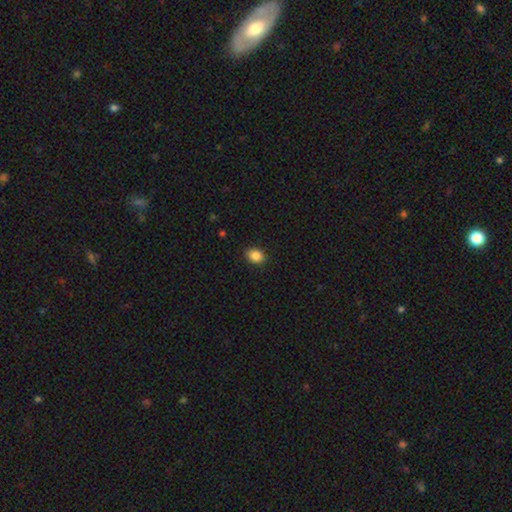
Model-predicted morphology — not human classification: A smooth galaxy with no disk features (87%) that is in between round and cigar-shaped (56%). Merging: none (89%).